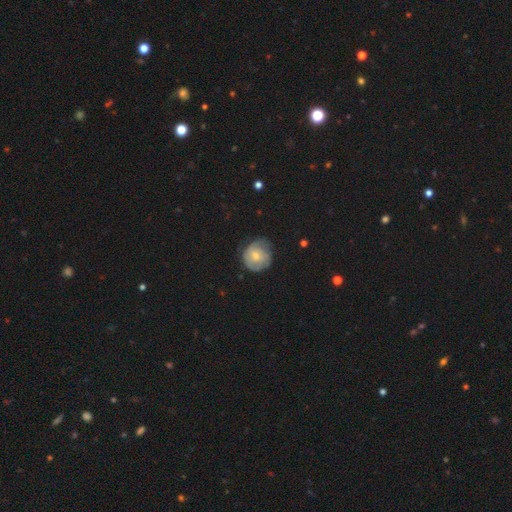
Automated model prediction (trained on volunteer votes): A featured or disk galaxy (50%).

Vote fractions:
- Smooth or featured? featured or disk: 50% / smooth: 44% / star or artifact: 7%
- Merging? none: 62% / minor disturbance: 27% / major disturbance: 9% / merger: 1%